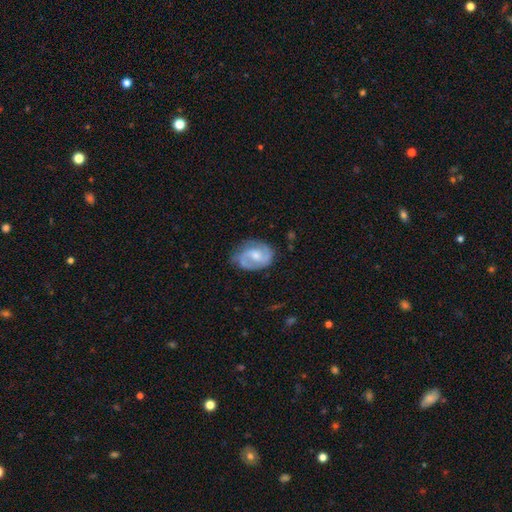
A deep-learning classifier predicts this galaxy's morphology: Smooth or featured? featured or disk (79%)
Edge-on disk? no (97%)
Bar? no (46%)
Spiral arms? yes (94%)
Spiral winding? medium (51%)
Spiral arm count? 2 (83%)
Bulge size? moderate (53%)
Merging? none (70%)